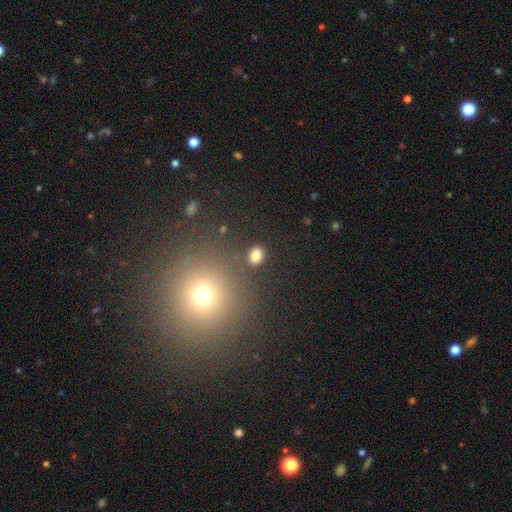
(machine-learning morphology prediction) This is clearly a smooth galaxy (82%). How rounded: possibly in between (53%). Merging: clearly none (85%).